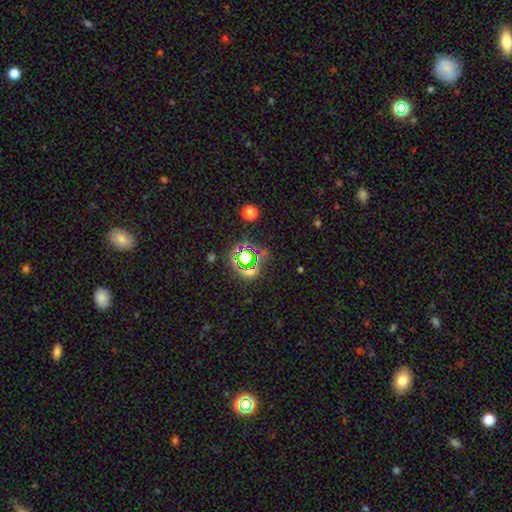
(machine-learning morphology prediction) The model was most divided on "smooth or featured": star or artifact: 73%, smooth: 19%, featured or disk: 8%.